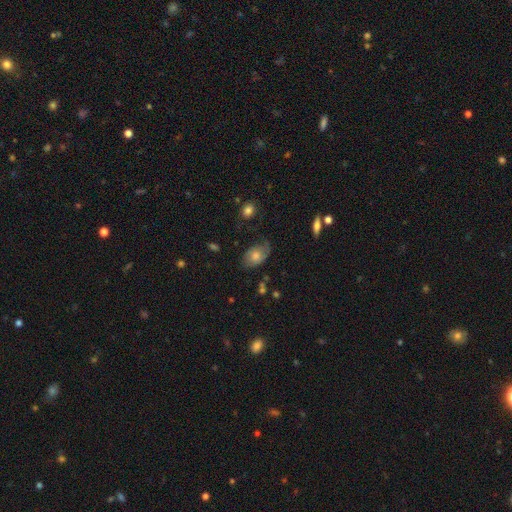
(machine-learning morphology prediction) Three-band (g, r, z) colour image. It shows a smooth galaxy with no disk features (49%). Merging: none (58%).